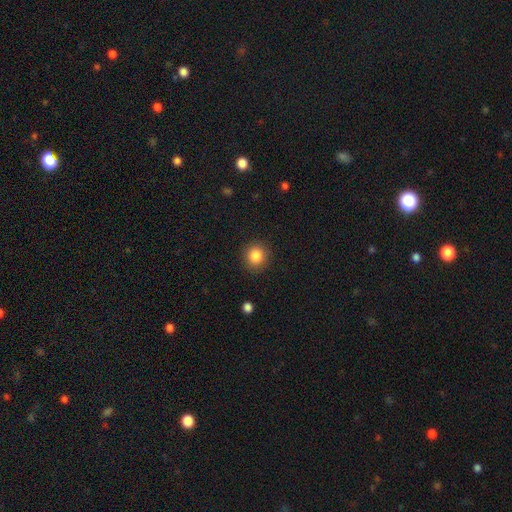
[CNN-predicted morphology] smooth-or-featured: smooth: 85% | star or artifact: 10% | featured or disk: 4%
  how-rounded: round: 88% | in between: 11% | cigar-shaped: 1%
  merging: none: 89% | minor disturbance: 7% | major disturbance: 2% | merger: 1%